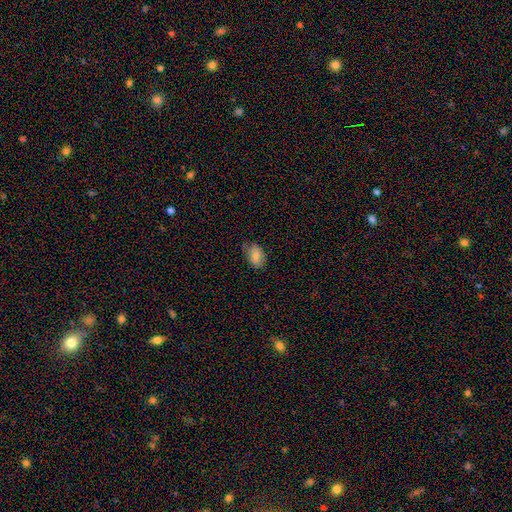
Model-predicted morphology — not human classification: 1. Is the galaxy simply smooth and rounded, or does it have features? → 81% smooth, 11% featured or disk, 8% star or artifact.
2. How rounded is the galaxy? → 84% in between, 15% round, 1% cigar-shaped.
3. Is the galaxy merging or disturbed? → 70% none, 24% minor disturbance, 4% major disturbance, 1% merger.